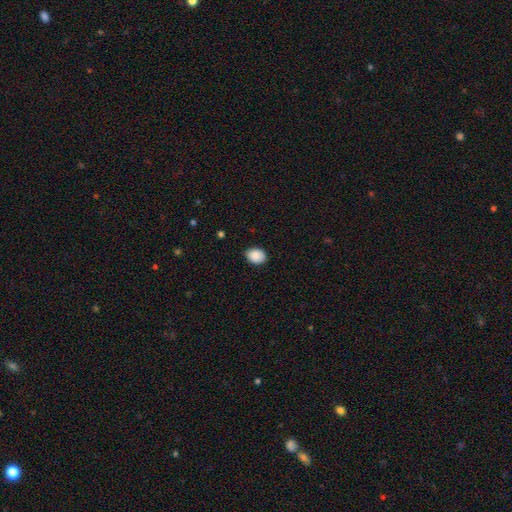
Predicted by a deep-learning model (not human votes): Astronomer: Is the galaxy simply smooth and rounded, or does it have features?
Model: smooth — 88%.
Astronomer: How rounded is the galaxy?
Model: in between — 63%.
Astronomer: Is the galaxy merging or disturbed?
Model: none — 84%.